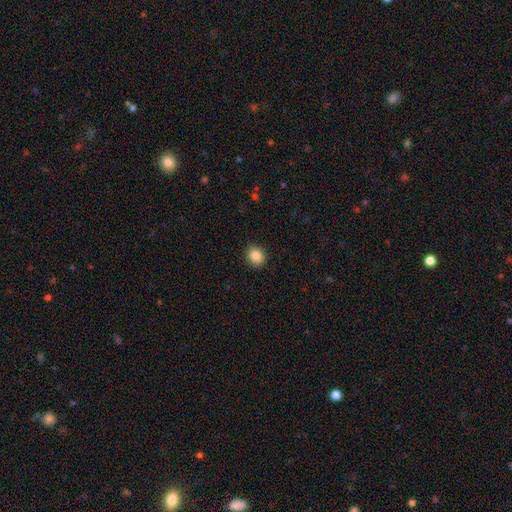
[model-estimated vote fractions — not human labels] Smooth or featured?
  - smooth: 86% *
  - star or artifact: 9%
  - featured or disk: 4%
How rounded?
  - round: 74% *
  - in between: 25%
  - cigar-shaped: 1%
Merging?
  - none: 90% *
  - minor disturbance: 7%
  - major disturbance: 2%
  - merger: 1%